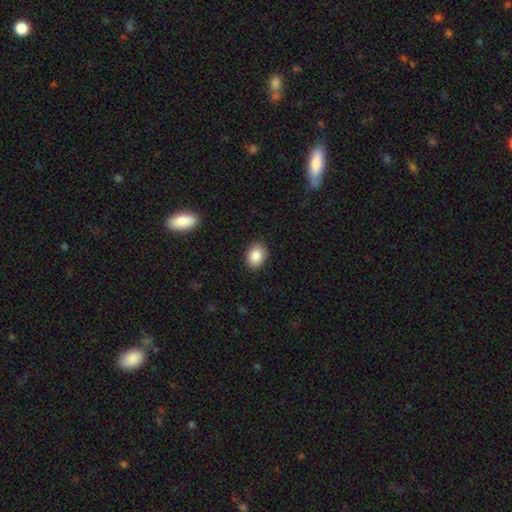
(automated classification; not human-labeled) Smooth or featured? smooth (87%)
How rounded? in between (69%)
Merging? none (88%)